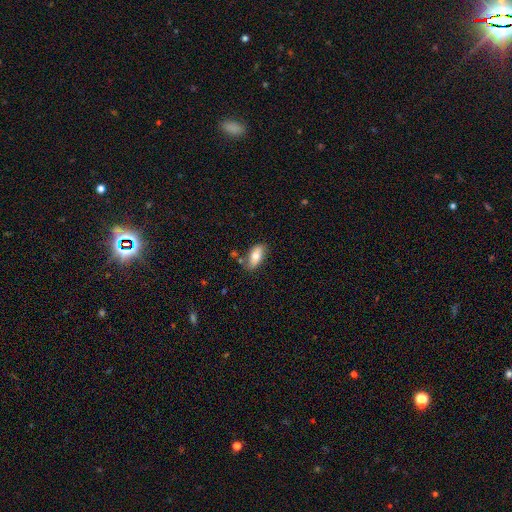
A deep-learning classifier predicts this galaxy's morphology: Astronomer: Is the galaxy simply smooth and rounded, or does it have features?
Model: smooth — 74%.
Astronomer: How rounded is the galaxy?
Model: in between — 89%.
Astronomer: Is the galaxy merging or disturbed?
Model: none — 75%.